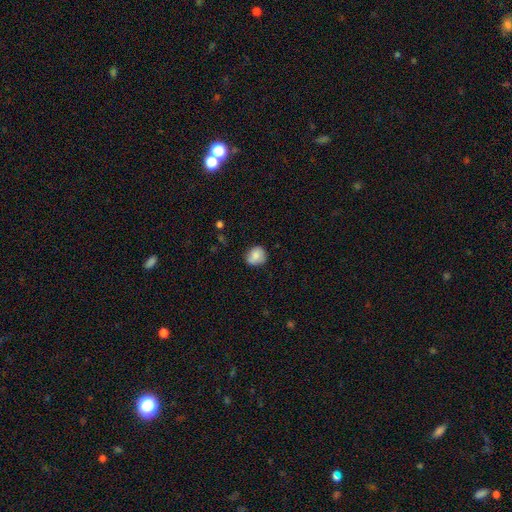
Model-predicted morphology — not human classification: type=smooth (80%); roundness=round (79%); merging=none (74%).